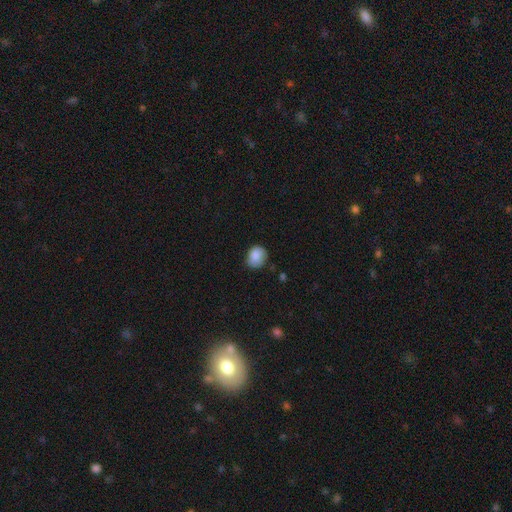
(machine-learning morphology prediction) Smooth or featured? Predicted: smooth (p=0.85). How rounded? Predicted: round (p=0.56). Merging? Predicted: none (p=0.67).